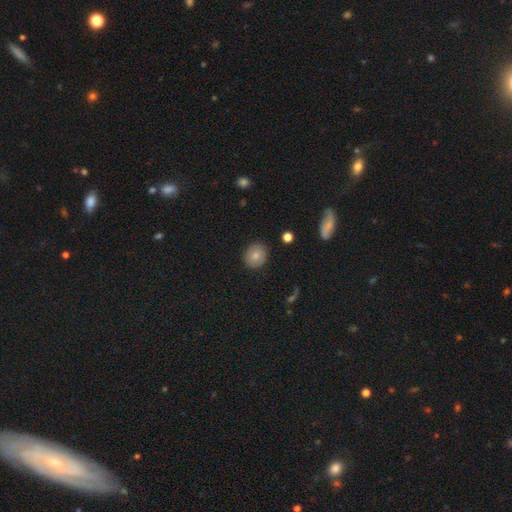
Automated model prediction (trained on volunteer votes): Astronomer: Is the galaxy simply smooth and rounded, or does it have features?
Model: smooth — 79%.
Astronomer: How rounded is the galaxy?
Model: round — 77%.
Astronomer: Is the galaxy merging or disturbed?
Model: none — 88%.